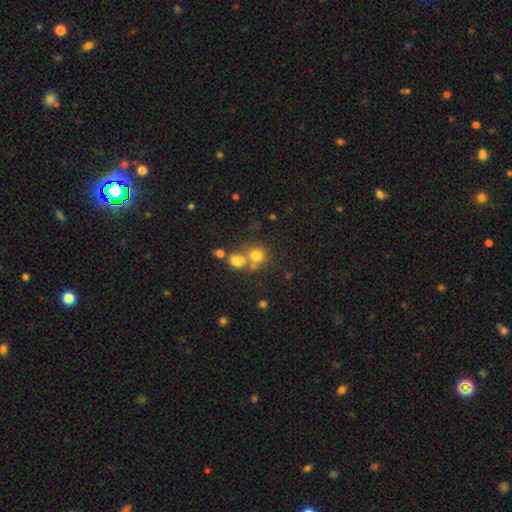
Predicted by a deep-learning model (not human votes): A smooth galaxy with no disk features (73%) that is round (82%). Merging: none (46%).